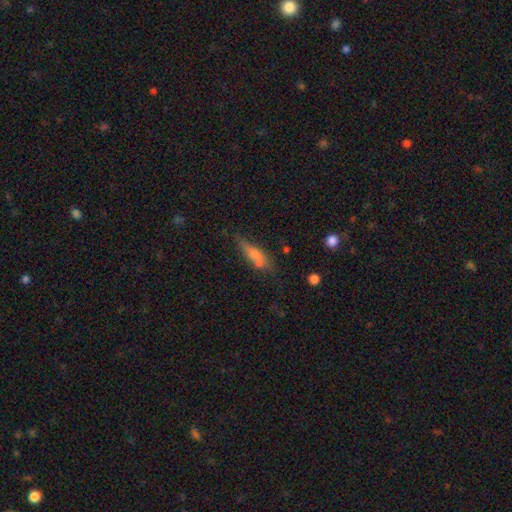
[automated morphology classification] Smooth or featured: smooth — 65% (featured or disk — 25%)
How rounded: cigar-shaped — 54% (in between — 43%)
Merging: none — 51% (minor disturbance — 27%)